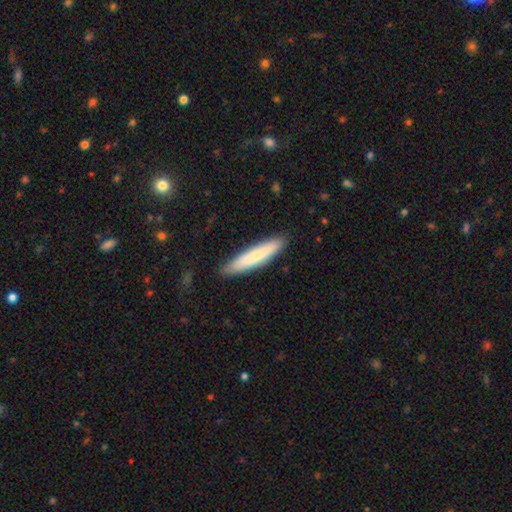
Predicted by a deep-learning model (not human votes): This appears to be a smooth galaxy with no disk features (72%) that is cigar-shaped (87%). Merging: none (88%).